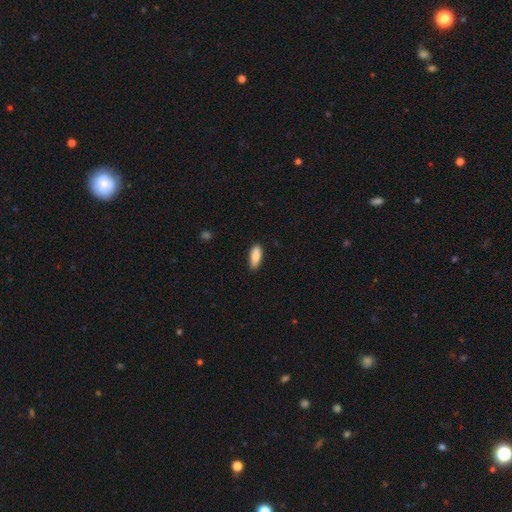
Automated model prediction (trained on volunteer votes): smooth-or-featured: smooth: 86% | featured or disk: 7% | star or artifact: 6%
  how-rounded: in between: 76% | cigar-shaped: 22% | round: 2%
  merging: none: 80% | minor disturbance: 17% | major disturbance: 2% | merger: 1%